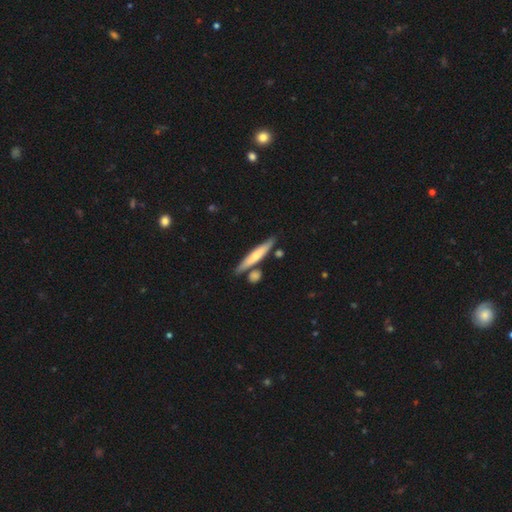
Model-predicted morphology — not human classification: The model was most divided on "smooth or featured": smooth: 56%, featured or disk: 39%, star or artifact: 5%. More confident: how rounded — cigar-shaped (90%); merging — none (76%).